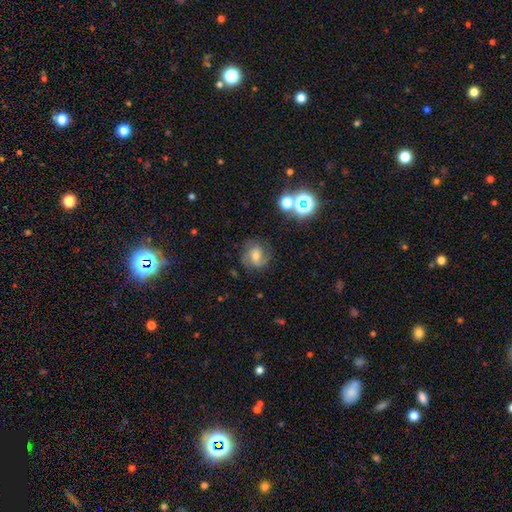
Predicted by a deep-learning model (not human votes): Q: Smooth or featured?
A: featured or disk (57%); runner-up: smooth (29%)
Q: Edge-on disk?
A: no (97%); runner-up: yes (3%)
Q: Bar?
A: no (45%); runner-up: weak (41%)
Q: Spiral arms?
A: yes (88%); runner-up: no (12%)
Q: Bulge size?
A: moderate (59%); runner-up: small (32%)
Q: Merging?
A: none (73%); runner-up: minor disturbance (17%)